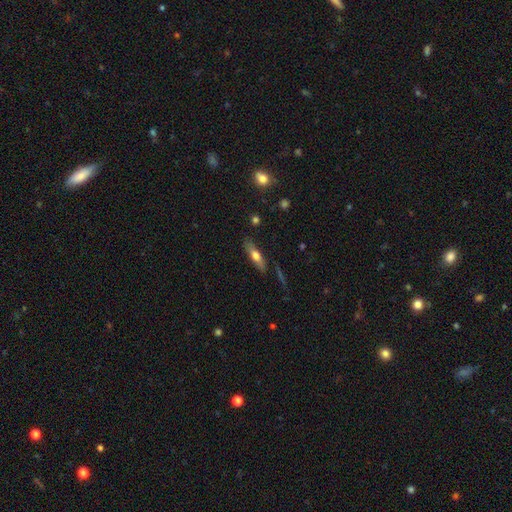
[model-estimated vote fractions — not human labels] smooth-or-featured: smooth: 57% | featured or disk: 36% | star or artifact: 7%
  how-rounded: cigar-shaped: 62% | in between: 35% | round: 3%
  merging: none: 79% | minor disturbance: 15% | major disturbance: 4% | merger: 2%